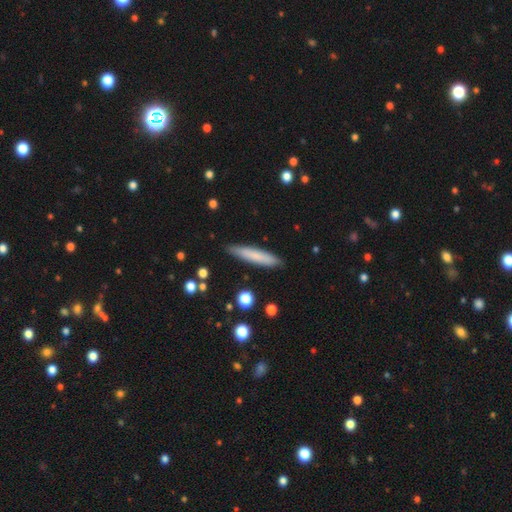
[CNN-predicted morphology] Q: Smooth or featured?
A: smooth (76%); runner-up: featured or disk (18%)
Q: How rounded?
A: cigar-shaped (89%); runner-up: in between (9%)
Q: Merging?
A: none (88%); runner-up: minor disturbance (9%)